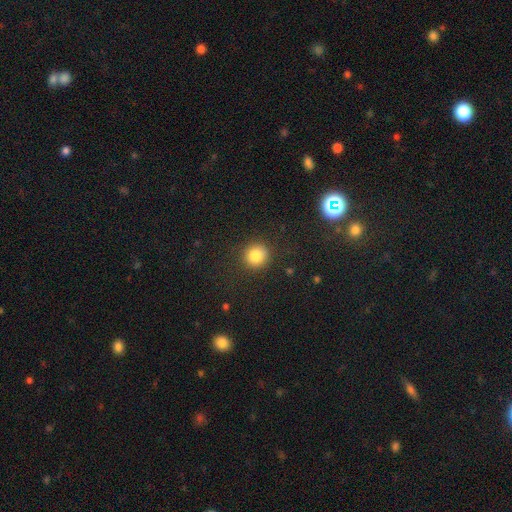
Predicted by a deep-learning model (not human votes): smooth_or_featured: smooth (p=0.83) [alt: star or artifact p=0.11]
how_rounded: round (p=0.92) [alt: in between p=0.07]
merging: none (p=0.89) [alt: minor disturbance p=0.07]